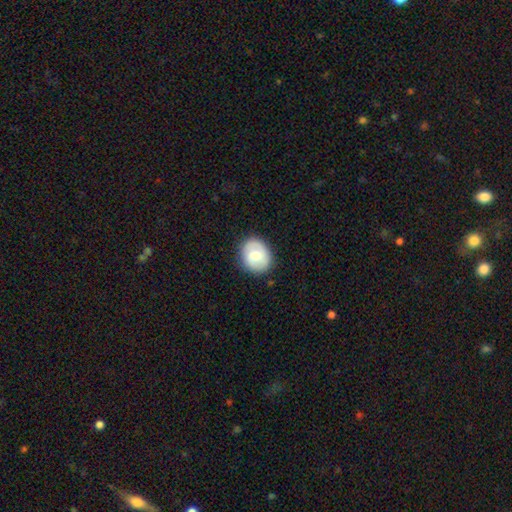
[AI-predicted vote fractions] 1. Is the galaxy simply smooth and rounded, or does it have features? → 57% smooth, 36% featured or disk, 6% star or artifact.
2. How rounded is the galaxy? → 65% round, 35% in between, 1% cigar-shaped.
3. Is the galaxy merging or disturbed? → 85% none, 11% minor disturbance, 3% major disturbance, 1% merger.